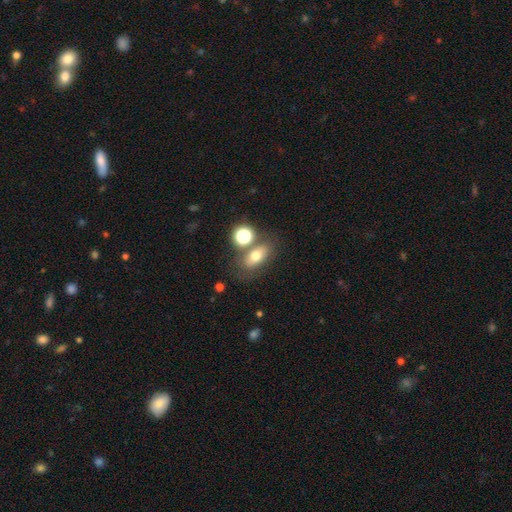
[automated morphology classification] A smooth galaxy with no disk features (67%) that is in between round and cigar-shaped (76%). Merging: none (61%).